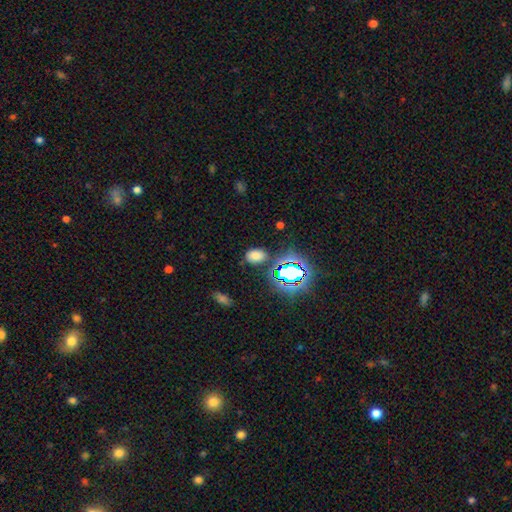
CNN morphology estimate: Smooth or featured?
  - smooth: 68% *
  - star or artifact: 26%
  - featured or disk: 7%
How rounded?
  - in between: 80% *
  - round: 19%
  - cigar-shaped: 1%
Merging?
  - none: 79% *
  - minor disturbance: 13%
  - major disturbance: 4%
  - merger: 4%